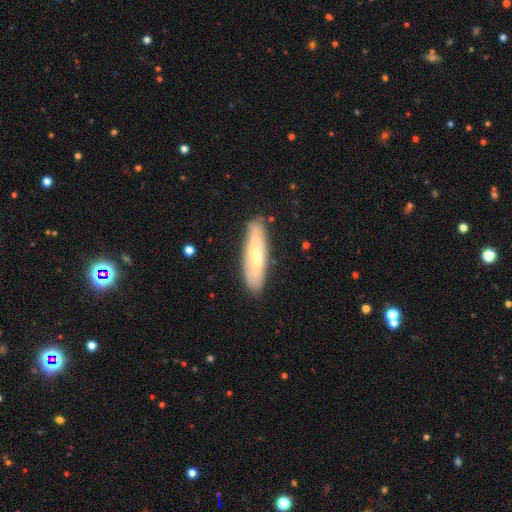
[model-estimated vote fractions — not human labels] The model was most divided on "smooth or featured": smooth: 52%, featured or disk: 42%, star or artifact: 6%. More confident: merging — none (87%); how rounded — cigar-shaped (66%).